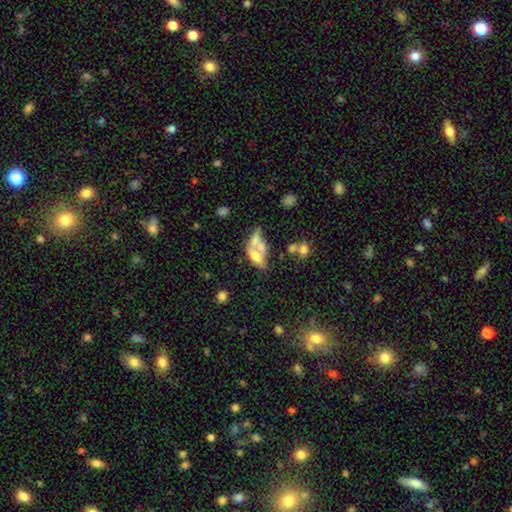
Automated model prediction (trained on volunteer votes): A smooth galaxy with no disk features (50%). Merging: merger (61%).